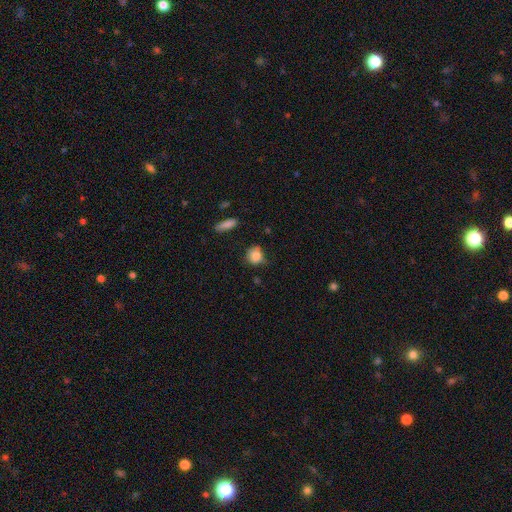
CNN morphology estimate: A smooth galaxy with no disk features (85%) that is round (74%). Merging: none (61%).